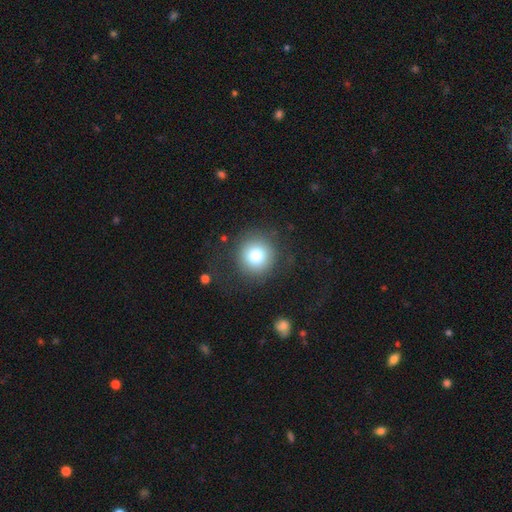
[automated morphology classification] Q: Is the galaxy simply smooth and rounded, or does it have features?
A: smooth — 79%.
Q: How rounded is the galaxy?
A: round — 93%.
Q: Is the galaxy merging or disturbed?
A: none — 82%.